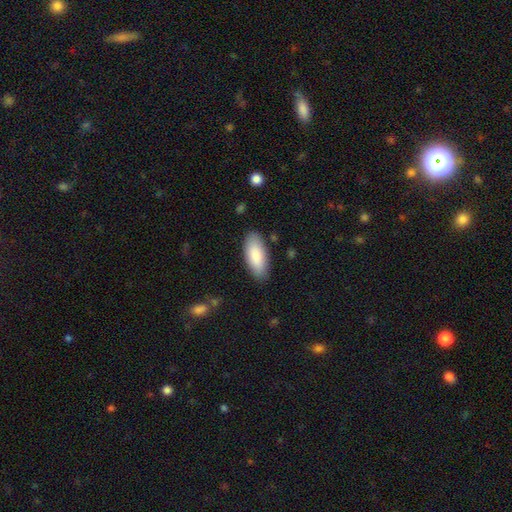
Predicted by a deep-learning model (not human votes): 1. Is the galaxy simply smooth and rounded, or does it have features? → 85% smooth, 10% featured or disk, 5% star or artifact.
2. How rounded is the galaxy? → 83% in between, 15% cigar-shaped, 2% round.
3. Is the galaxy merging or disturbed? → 86% none, 11% minor disturbance, 2% major disturbance, 1% merger.